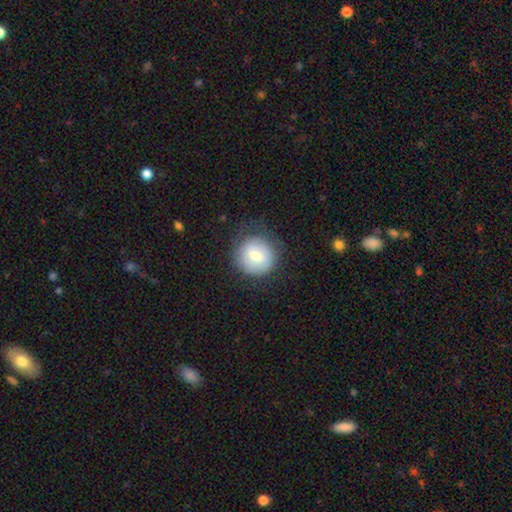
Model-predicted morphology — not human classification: Overall: smooth (66%; featured or disk 26%). How rounded: round (91%). Merging: none (73%).